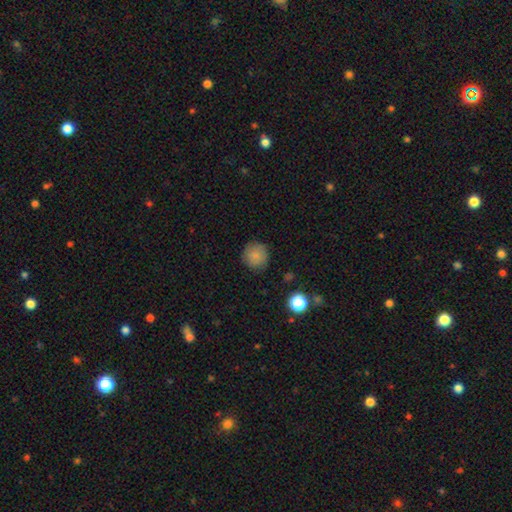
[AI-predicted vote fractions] Smooth or featured: smooth — 83% (star or artifact — 10%)
How rounded: round — 92% (in between — 7%)
Merging: none — 84% (minor disturbance — 12%)